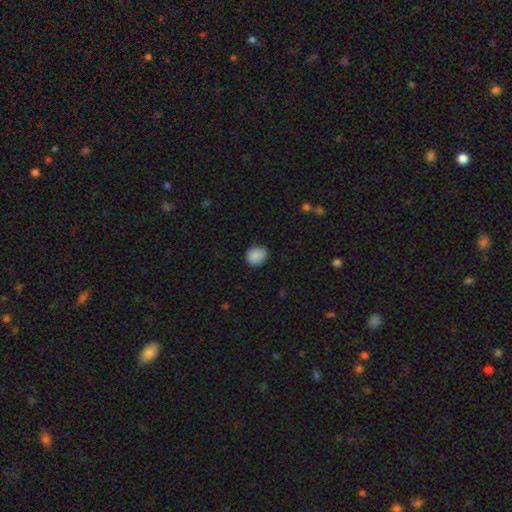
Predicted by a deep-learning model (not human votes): Smooth or featured?
  - smooth: 89% *
  - star or artifact: 8%
  - featured or disk: 3%
How rounded?
  - round: 76% *
  - in between: 23%
  - cigar-shaped: 1%
Merging?
  - none: 88% *
  - minor disturbance: 9%
  - major disturbance: 2%
  - merger: 1%